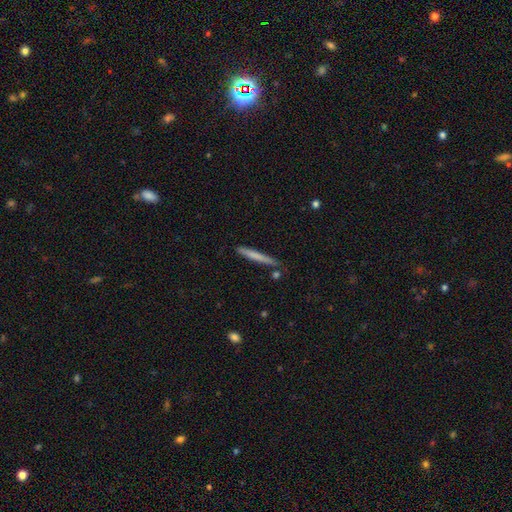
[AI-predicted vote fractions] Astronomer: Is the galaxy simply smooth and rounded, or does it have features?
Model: smooth — 67%.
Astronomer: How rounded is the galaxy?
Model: cigar-shaped — 96%.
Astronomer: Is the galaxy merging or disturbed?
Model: none — 85%.